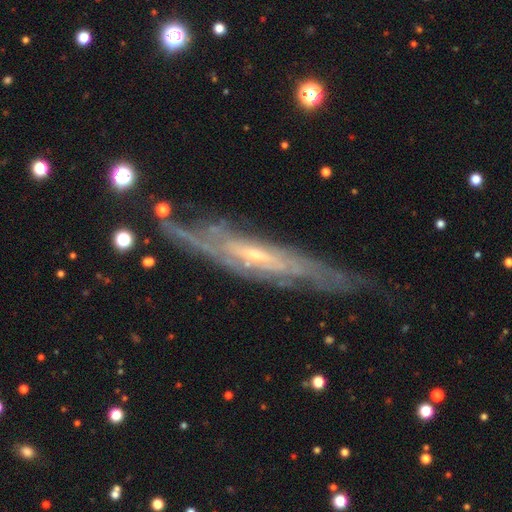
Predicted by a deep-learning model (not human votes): Overall: featured or disk (82%). Edge-on disk: yes (55%; no 45%). Merging: none (71%).